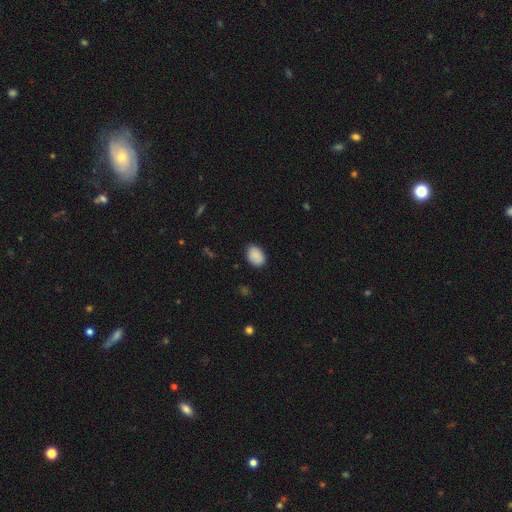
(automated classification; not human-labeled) Q: Smooth or featured?
A: smooth (89%); runner-up: star or artifact (7%)
Q: How rounded?
A: in between (78%); runner-up: round (21%)
Q: Merging?
A: none (84%); runner-up: minor disturbance (13%)